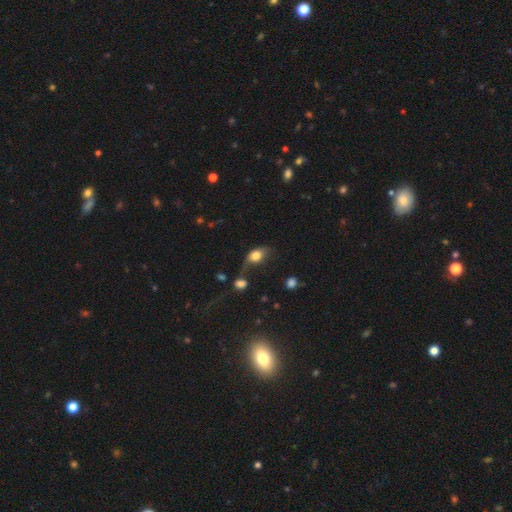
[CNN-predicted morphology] A smooth galaxy with no disk features (75%) that is in between round and cigar-shaped (74%).

Vote fractions:
- Smooth or featured? smooth: 75% / featured or disk: 16% / star or artifact: 9%
- How rounded? in between: 74% / round: 24% / cigar-shaped: 3%
- Merging? major disturbance: 30% / none: 25% / minor disturbance: 22% / merger: 22%